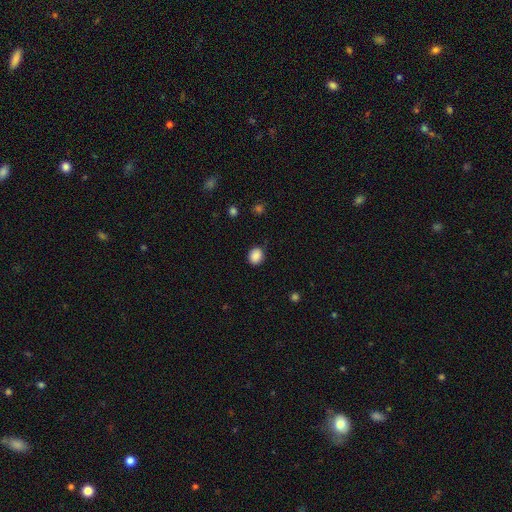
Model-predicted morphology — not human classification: Smooth or featured?
  - smooth: 88% *
  - star or artifact: 9%
  - featured or disk: 3%
How rounded?
  - round: 62% *
  - in between: 37%
  - cigar-shaped: 1%
Merging?
  - none: 84% *
  - minor disturbance: 12%
  - major disturbance: 3%
  - merger: 1%